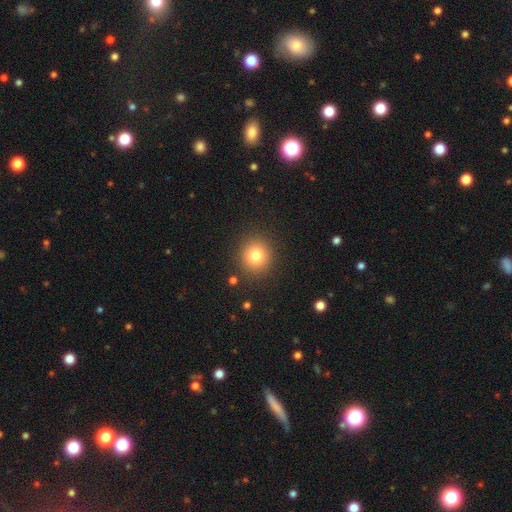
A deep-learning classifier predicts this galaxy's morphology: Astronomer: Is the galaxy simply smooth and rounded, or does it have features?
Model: smooth — 80%.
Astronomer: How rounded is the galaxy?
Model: round — 89%.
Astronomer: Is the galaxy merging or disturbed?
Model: none — 88%.